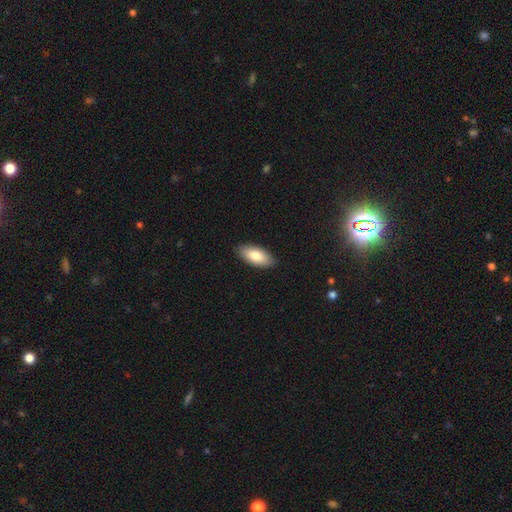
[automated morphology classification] This is clearly a smooth galaxy (83%). How rounded: clearly in between (89%). Merging: clearly none (89%).